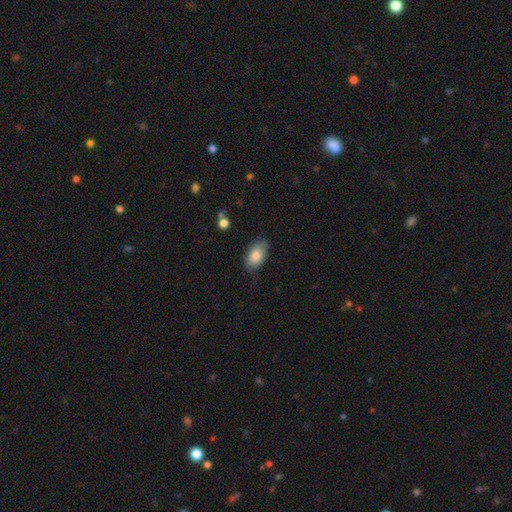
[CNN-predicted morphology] A smooth galaxy with no disk features (82%) that is in between round and cigar-shaped (94%).

Vote fractions:
- Smooth or featured? smooth: 82% / featured or disk: 12% / star or artifact: 6%
- How rounded? in between: 94% / round: 5% / cigar-shaped: 2%
- Merging? none: 75% / minor disturbance: 20% / major disturbance: 4% / merger: 1%